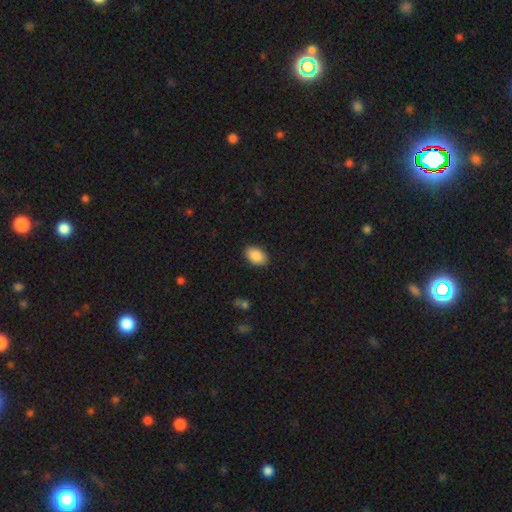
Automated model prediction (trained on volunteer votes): smooth_or_featured: smooth (p=0.89) [alt: star or artifact p=0.07]
how_rounded: in between (p=0.90) [alt: round p=0.09]
merging: none (p=0.89) [alt: minor disturbance p=0.08]